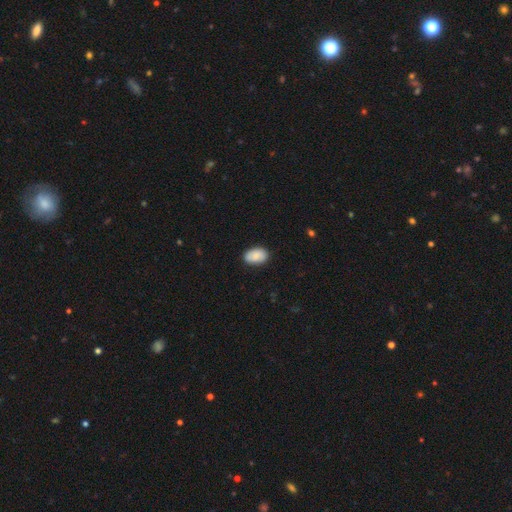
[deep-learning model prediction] This is clearly a smooth galaxy (83%). How rounded: clearly in between (90%). Merging: clearly none (85%).